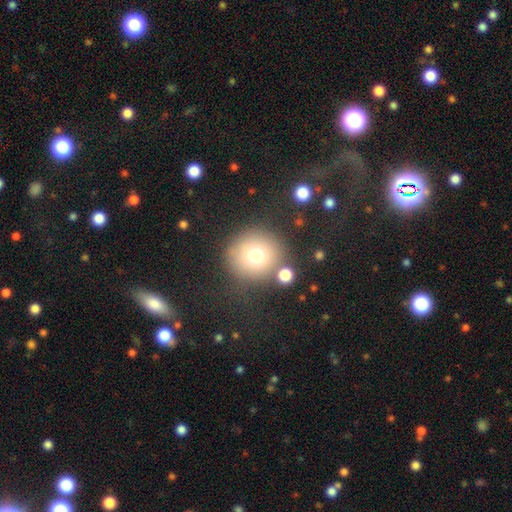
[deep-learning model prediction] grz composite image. It shows a smooth galaxy with no disk features (72%) that is round (94%). Merging: none (78%).